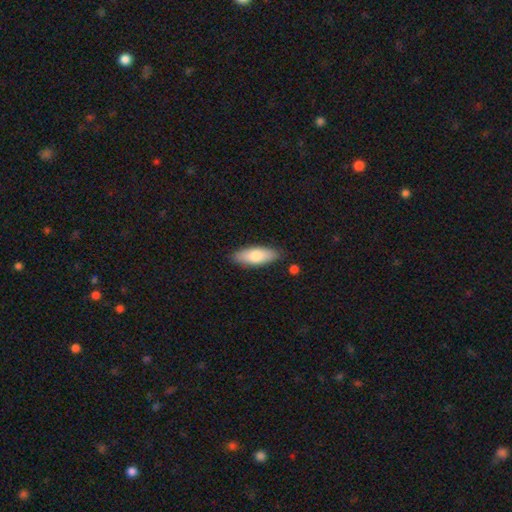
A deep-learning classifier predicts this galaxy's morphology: The model was most divided on "how rounded": in between: 67%, cigar-shaped: 31%, round: 2%. More confident: merging — none (85%); smooth or featured — smooth (77%).